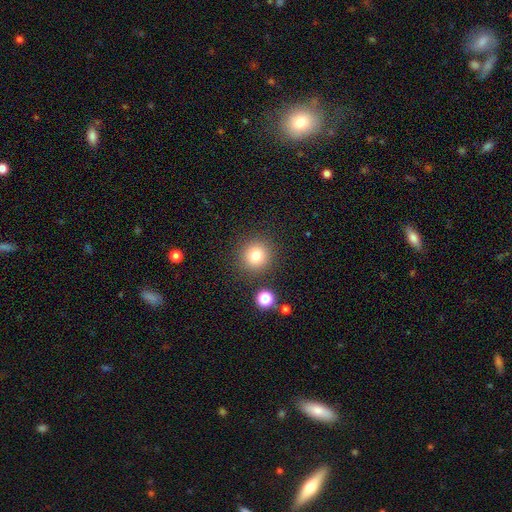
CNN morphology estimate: Smooth or featured? Predicted: smooth (p=0.79). How rounded? Predicted: round (p=0.93). Merging? Predicted: none (p=0.87).